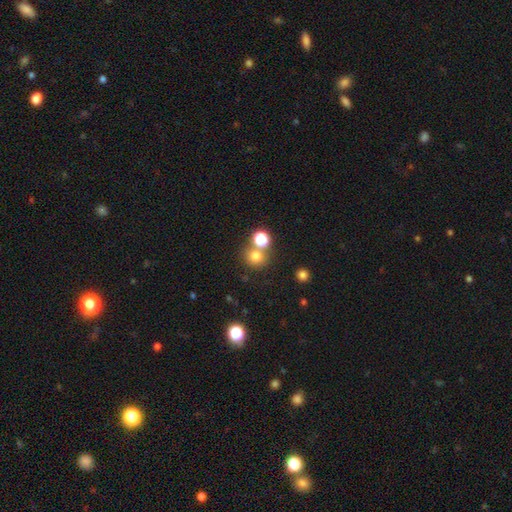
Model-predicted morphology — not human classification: Smooth or featured?
  - smooth: 74% *
  - star or artifact: 18%
  - featured or disk: 7%
How rounded?
  - round: 85% *
  - in between: 14%
  - cigar-shaped: 1%
Merging?
  - none: 64% *
  - merger: 25%
  - minor disturbance: 8%
  - major disturbance: 3%